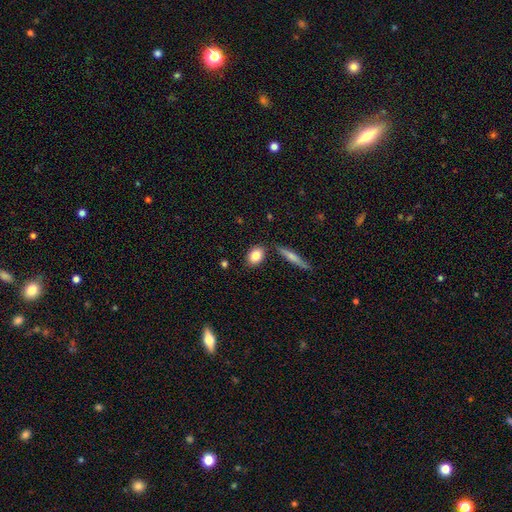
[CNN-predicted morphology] A smooth galaxy with no disk features (83%) that is in between round and cigar-shaped (73%).

Vote fractions:
- Smooth or featured? smooth: 83% / featured or disk: 10% / star or artifact: 7%
- How rounded? in between: 73% / round: 22% / cigar-shaped: 5%
- Merging? none: 80% / minor disturbance: 11% / merger: 6% / major disturbance: 3%